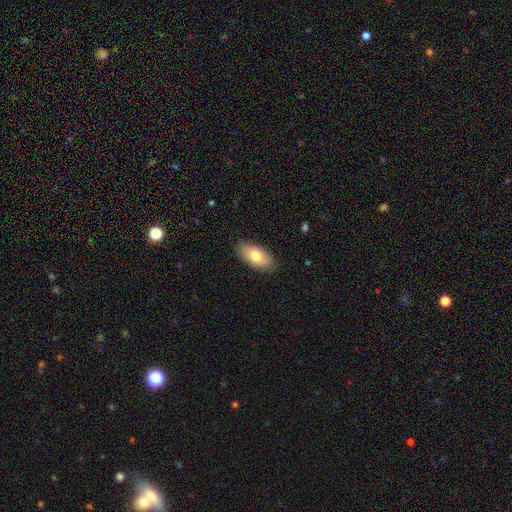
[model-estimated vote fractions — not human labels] Smooth or featured?
  - smooth: 79% *
  - featured or disk: 15%
  - star or artifact: 6%
How rounded?
  - in between: 91% *
  - cigar-shaped: 6%
  - round: 3%
Merging?
  - none: 86% *
  - minor disturbance: 11%
  - major disturbance: 2%
  - merger: 1%